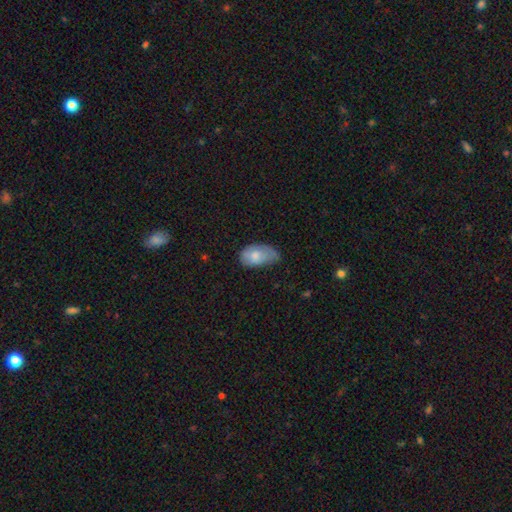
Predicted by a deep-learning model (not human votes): Smooth or featured? Predicted: smooth (p=0.77). How rounded? Predicted: in between (p=0.93). Merging? Predicted: minor disturbance (p=0.49).